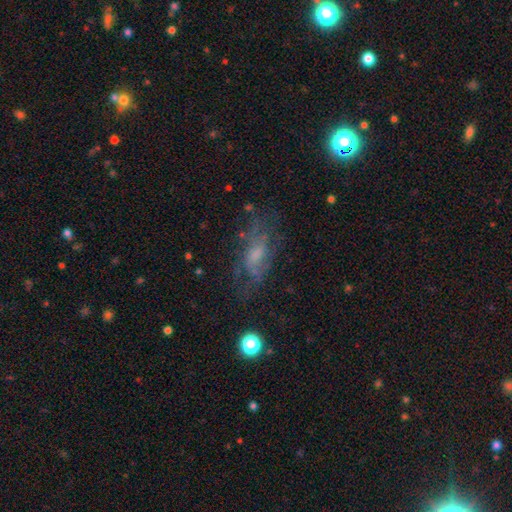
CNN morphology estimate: Smooth or featured? Predicted: featured or disk (p=0.53). Edge-on disk? Predicted: no (p=0.89). Merging? Predicted: none (p=0.52).